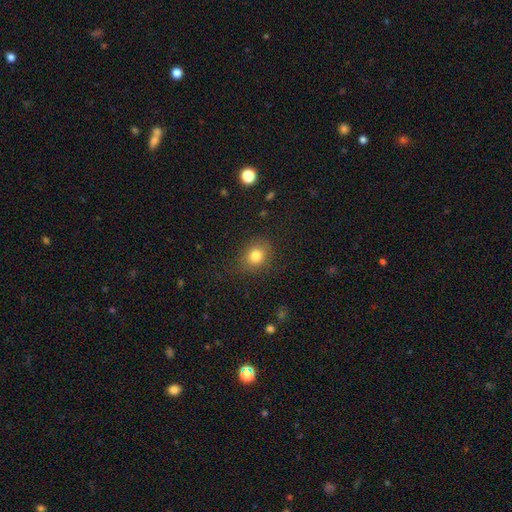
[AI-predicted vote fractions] smooth 81%, star or artifact 11%, featured or disk 8%. Down the decision tree: how rounded — round (63%); merging — none (79%).